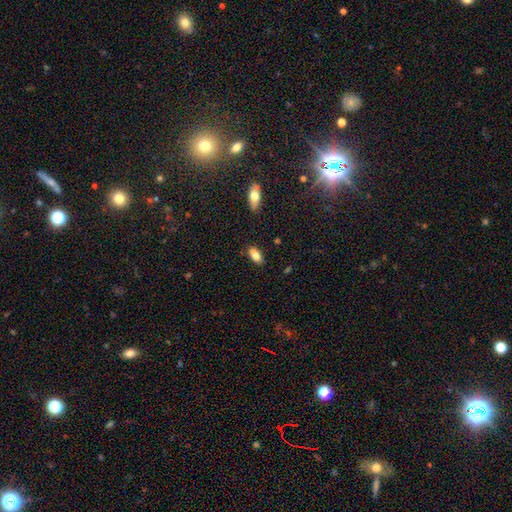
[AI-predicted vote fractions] Smooth or featured?
  - smooth: 78% *
  - featured or disk: 14%
  - star or artifact: 8%
How rounded?
  - in between: 87% *
  - cigar-shaped: 10%
  - round: 3%
Merging?
  - none: 79% *
  - minor disturbance: 13%
  - merger: 5%
  - major disturbance: 3%